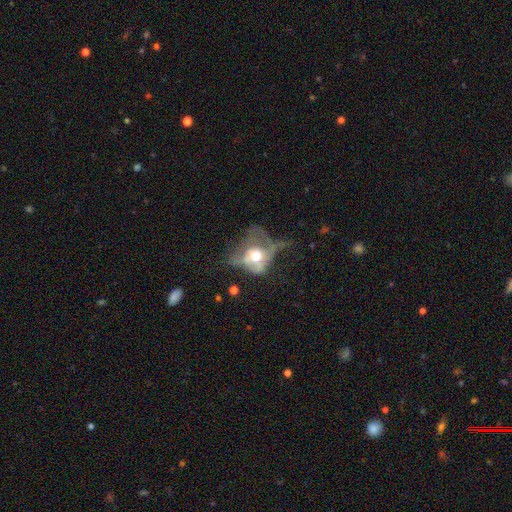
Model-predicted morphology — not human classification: The model was most divided on "smooth or featured": featured or disk: 48%, smooth: 42%, star or artifact: 10%. More confident: merging — major disturbance (57%).